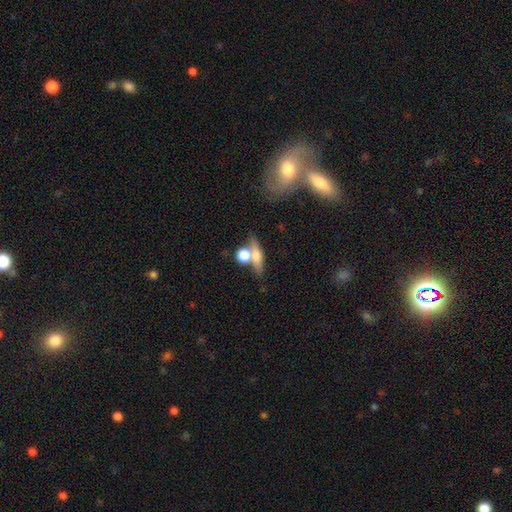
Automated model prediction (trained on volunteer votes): smooth 59%, featured or disk 32%, star or artifact 9%. Down the decision tree: how rounded — cigar-shaped (37%); merging — none (46%).